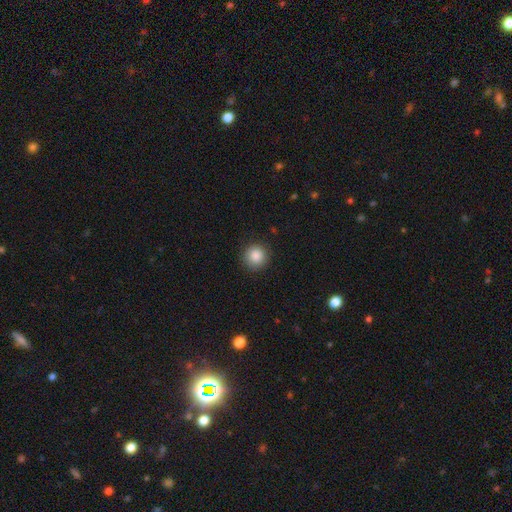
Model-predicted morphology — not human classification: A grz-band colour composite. It shows a smooth galaxy with no disk features (87%) that is round (94%). Merging: none (90%).